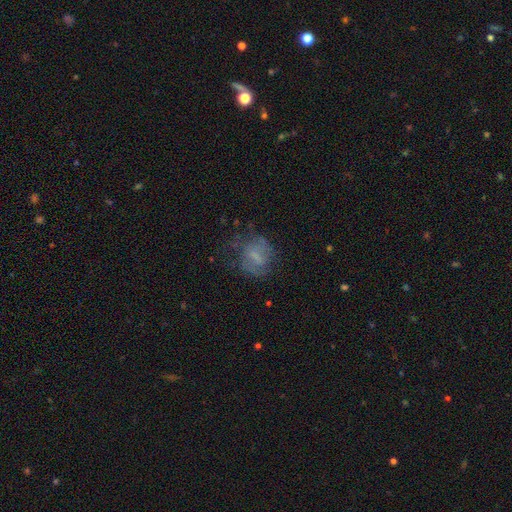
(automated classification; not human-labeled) Overall: featured or disk (46%; smooth 41%). Merging: none (53%; major disturbance 23%).